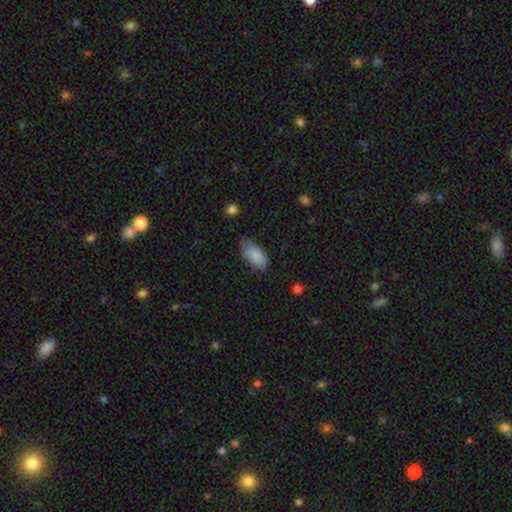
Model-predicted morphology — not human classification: A smooth galaxy with no disk features (86%) that is in between round and cigar-shaped (94%). Merging: none (63%).